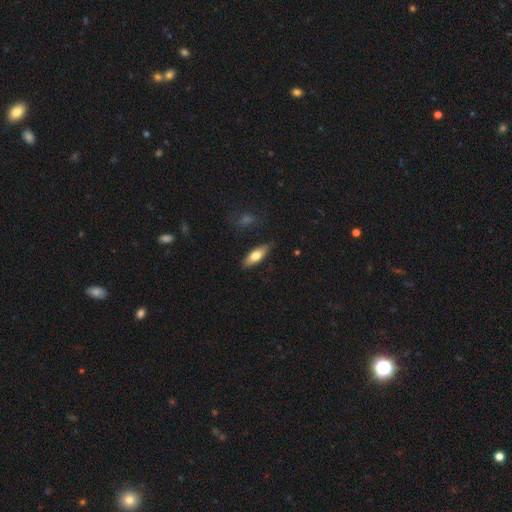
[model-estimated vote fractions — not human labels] smooth_or_featured: smooth (p=0.69) [alt: featured or disk p=0.26]
how_rounded: in between (p=0.63) [alt: cigar-shaped p=0.35]
merging: none (p=0.82) [alt: minor disturbance p=0.14]